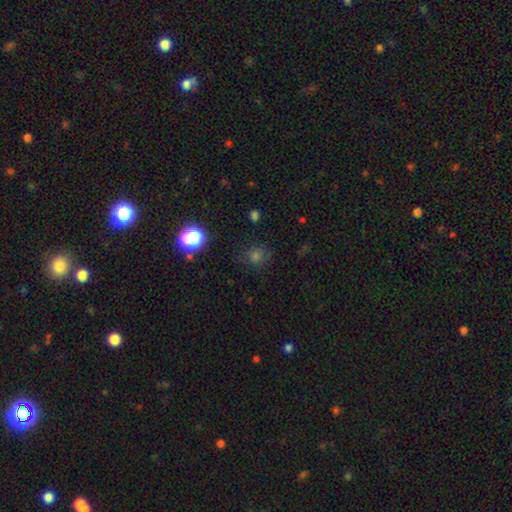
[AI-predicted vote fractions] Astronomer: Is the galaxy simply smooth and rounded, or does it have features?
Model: smooth — 66%.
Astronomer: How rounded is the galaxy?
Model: round — 83%.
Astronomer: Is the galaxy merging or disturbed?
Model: none — 80%.